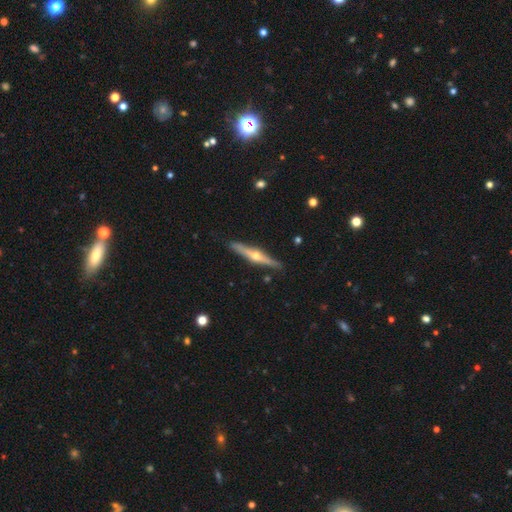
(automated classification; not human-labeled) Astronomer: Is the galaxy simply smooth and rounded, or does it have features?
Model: featured or disk — 74%.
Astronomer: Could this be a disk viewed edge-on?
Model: yes — 97%.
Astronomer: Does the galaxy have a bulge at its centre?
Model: rounded — 92%.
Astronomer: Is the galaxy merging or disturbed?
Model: none — 89%.